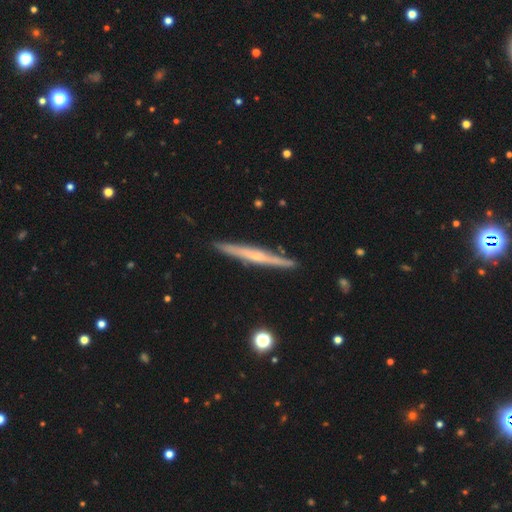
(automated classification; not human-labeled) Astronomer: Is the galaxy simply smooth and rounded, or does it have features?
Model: featured or disk — 71%.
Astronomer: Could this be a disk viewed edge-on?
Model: yes — 97%.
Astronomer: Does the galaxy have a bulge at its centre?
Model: rounded — 54% (runner-up: none, 40%).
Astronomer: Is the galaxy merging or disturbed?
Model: none — 88%.